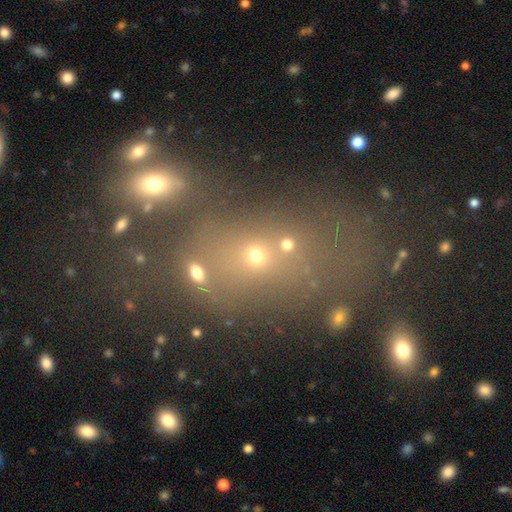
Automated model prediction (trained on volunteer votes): This is possibly a star or artifact rather than a galaxy (49%).